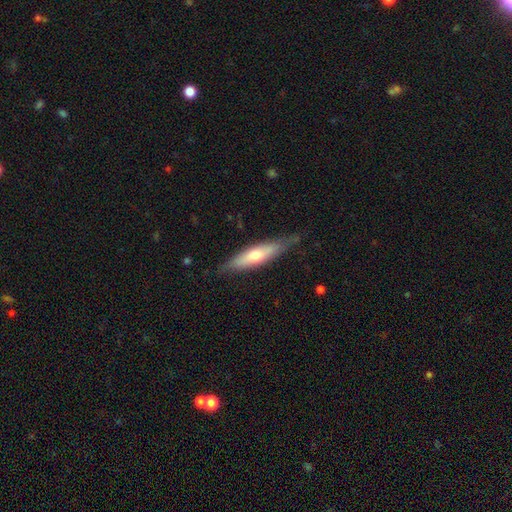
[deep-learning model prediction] smooth_or_featured: smooth (p=0.51) [alt: featured or disk p=0.43]
how_rounded: cigar-shaped (p=0.70) [alt: in between p=0.28]
merging: none (p=0.76) [alt: minor disturbance p=0.19]